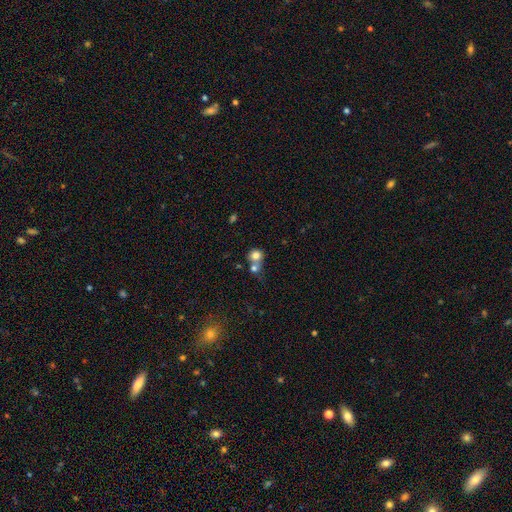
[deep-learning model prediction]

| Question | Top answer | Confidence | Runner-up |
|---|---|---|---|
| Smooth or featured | smooth | 78% | featured or disk (11%) |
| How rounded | round | 82% | in between (17%) |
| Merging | merger | 51% | none (37%) |